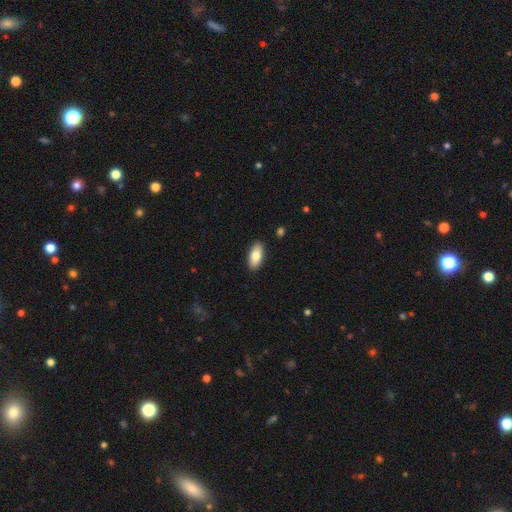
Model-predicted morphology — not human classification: Overall: smooth (82%). How rounded: in between (87%). Merging: none (89%).